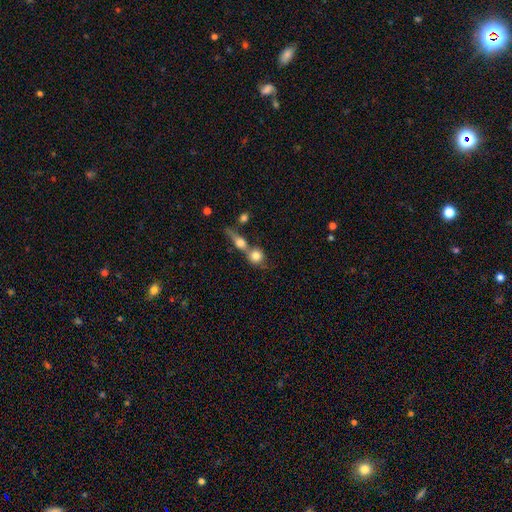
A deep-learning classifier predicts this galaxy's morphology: This is likely a smooth galaxy (76%). How rounded: clearly round (81%). Merging: possibly merger (59%).